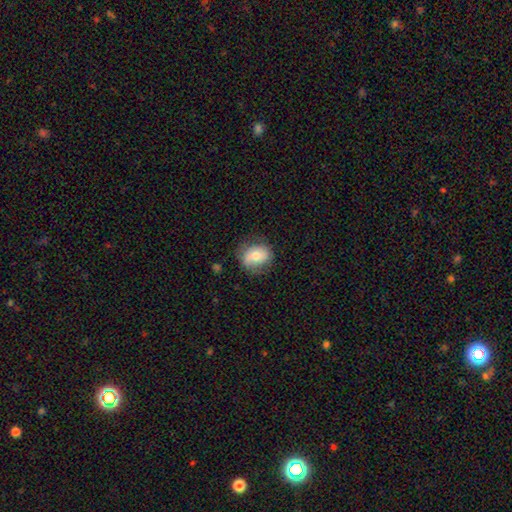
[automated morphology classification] A smooth galaxy with no disk features (65%) that is round (59%). Merging: none (70%).